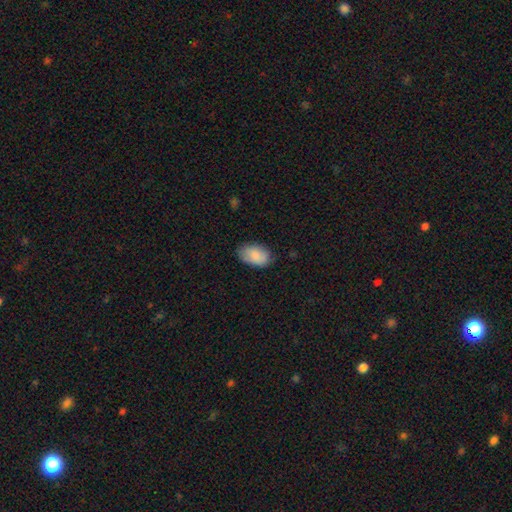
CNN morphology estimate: smooth_or_featured: smooth (p=0.85) [alt: featured or disk p=0.09]
how_rounded: in between (p=0.92) [alt: round p=0.06]
merging: none (p=0.75) [alt: minor disturbance p=0.20]